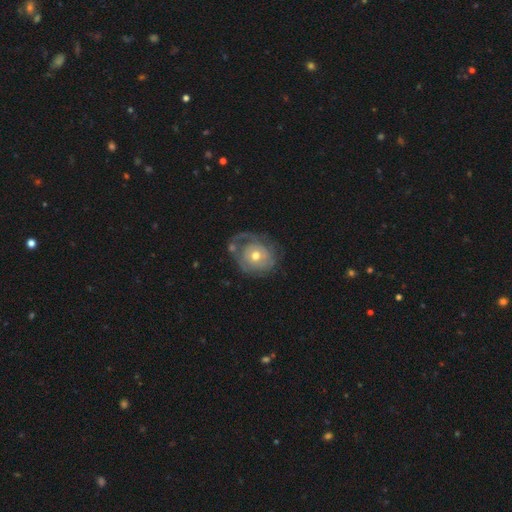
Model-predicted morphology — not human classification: This appears to be a featured or disk galaxy (65%) with no bar (84%), spiral arms (66%) and a moderate central bulge (69%). Merging: none (43%).